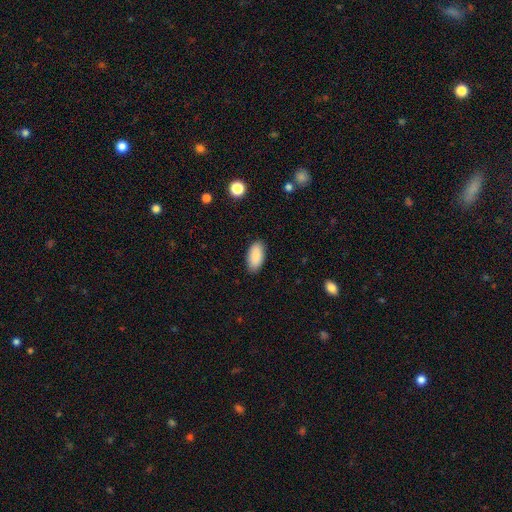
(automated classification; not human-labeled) Smooth or featured? Predicted: smooth (p=0.89). How rounded? Predicted: in between (p=0.93). Merging? Predicted: none (p=0.87).